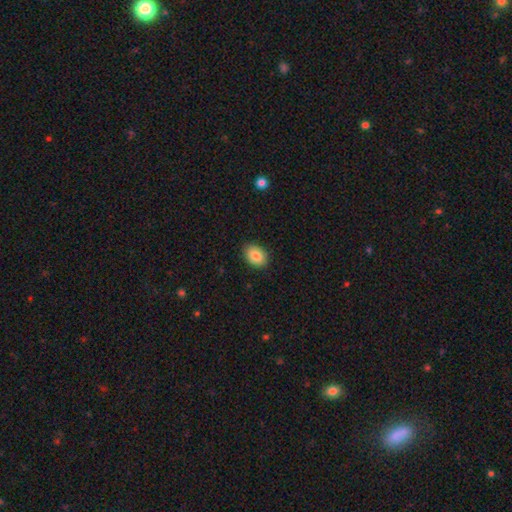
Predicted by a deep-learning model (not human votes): Smooth or featured: smooth — 85% (featured or disk — 7%)
How rounded: in between — 81% (round — 18%)
Merging: none — 89% (minor disturbance — 9%)